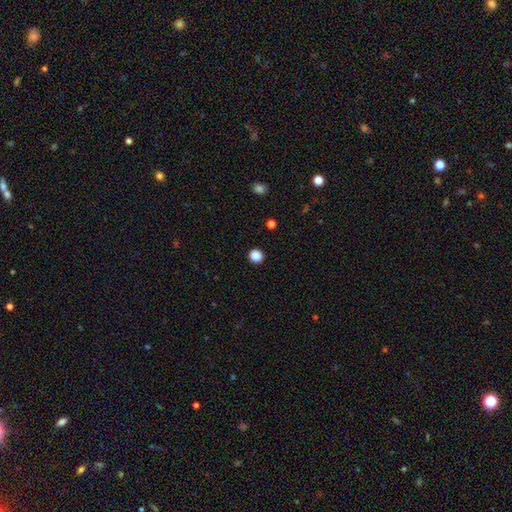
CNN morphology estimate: smooth_or_featured: smooth (p=0.87) [alt: star or artifact p=0.11]
how_rounded: round (p=0.93) [alt: in between p=0.06]
merging: none (p=0.92) [alt: minor disturbance p=0.05]